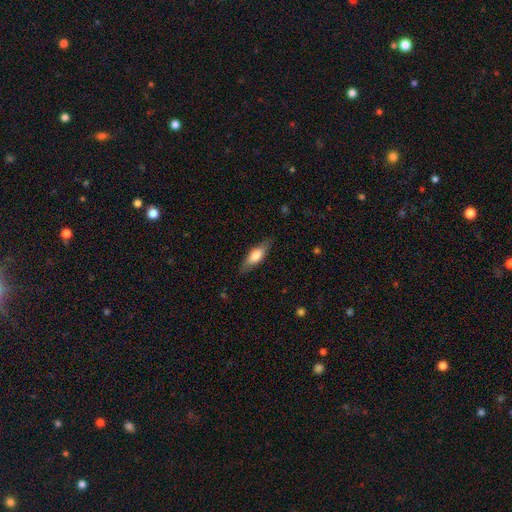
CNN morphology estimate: The model was most divided on "how rounded": in between: 57%, cigar-shaped: 40%, round: 2%. More confident: merging — none (83%); smooth or featured — smooth (66%).